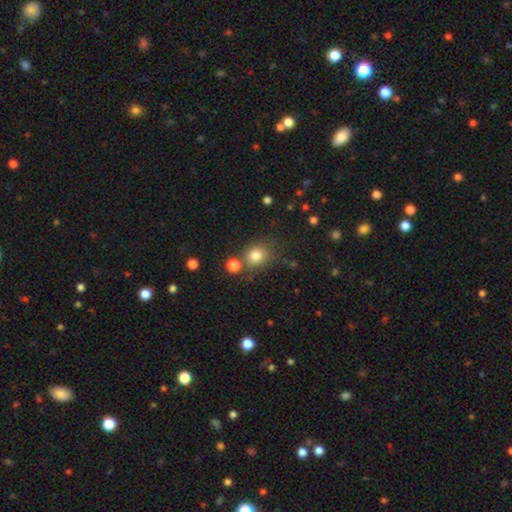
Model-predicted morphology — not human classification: Smooth or featured? smooth (80%)
How rounded? round (76%)
Merging? none (70%)